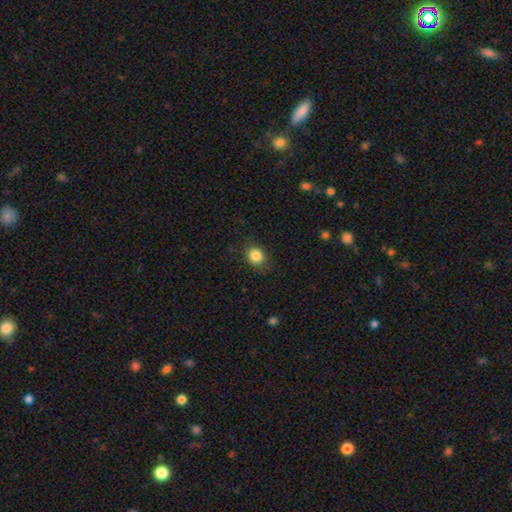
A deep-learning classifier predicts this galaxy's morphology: Smooth or featured? Predicted: smooth (p=0.86). How rounded? Predicted: round (p=0.65). Merging? Predicted: none (p=0.84).